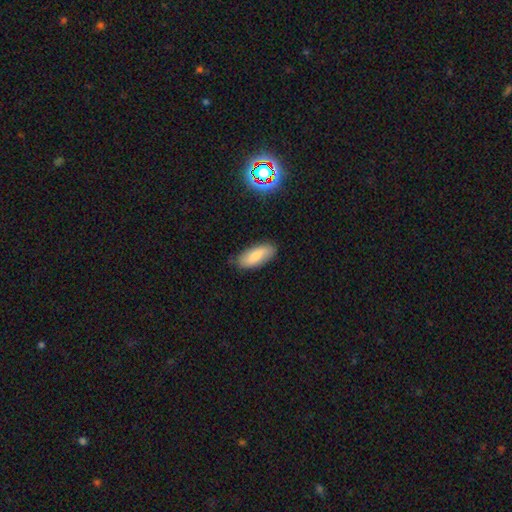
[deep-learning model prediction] smooth_or_featured: smooth (p=0.77) [alt: featured or disk p=0.16]
how_rounded: in between (p=0.82) [alt: cigar-shaped p=0.16]
merging: none (p=0.79) [alt: minor disturbance p=0.17]